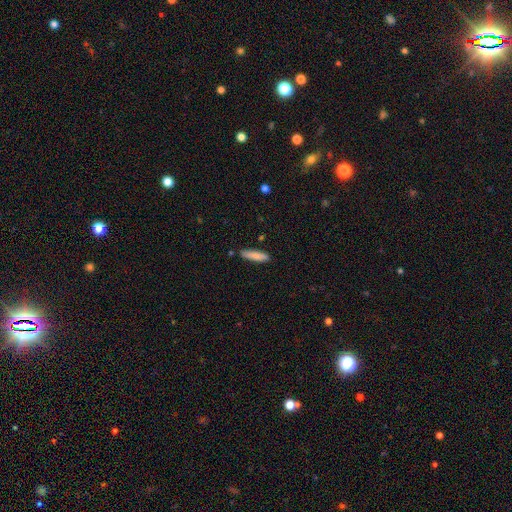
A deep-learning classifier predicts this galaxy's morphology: This is clearly a smooth galaxy (82%). How rounded: likely cigar-shaped (75%). Merging: clearly none (84%).